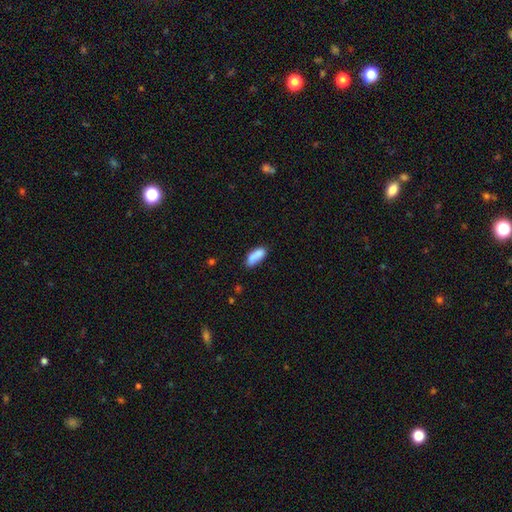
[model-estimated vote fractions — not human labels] Overall: smooth (83%). How rounded: in between (74%). Merging: none (60%; minor disturbance 22%).